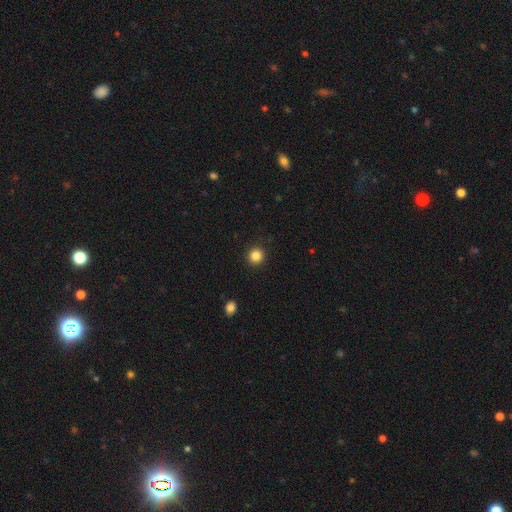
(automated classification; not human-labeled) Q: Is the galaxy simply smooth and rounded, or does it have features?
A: smooth — 85%.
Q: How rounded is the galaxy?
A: round — 94%.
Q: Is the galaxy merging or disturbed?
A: none — 92%.